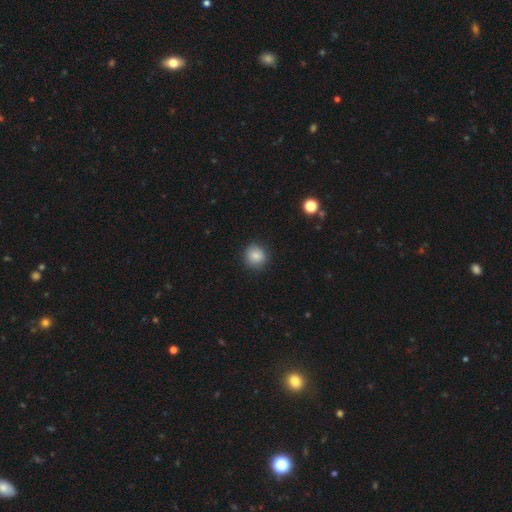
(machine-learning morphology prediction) The model was most divided on "smooth or featured": smooth: 82%, star or artifact: 10%, featured or disk: 8%. More confident: how rounded — round (87%); merging — none (85%).